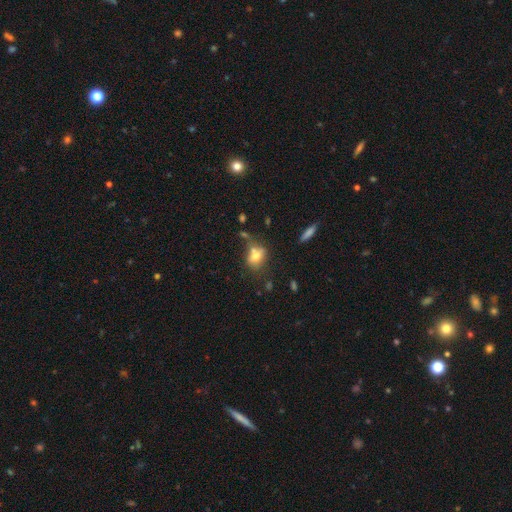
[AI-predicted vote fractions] smooth_or_featured: smooth (p=0.67) [alt: featured or disk p=0.22]
how_rounded: in between (p=0.65) [alt: round p=0.31]
merging: none (p=0.42) [alt: merger p=0.30]